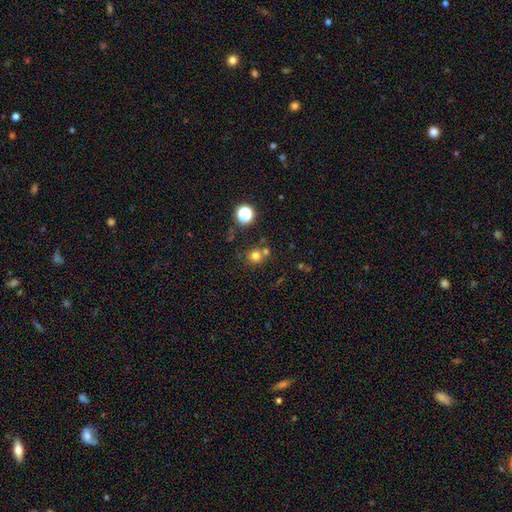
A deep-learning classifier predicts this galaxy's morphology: The model was most divided on "merging": none: 64%, merger: 24%, minor disturbance: 8%, major disturbance: 3%. More confident: how rounded — round (90%); smooth or featured — smooth (73%).